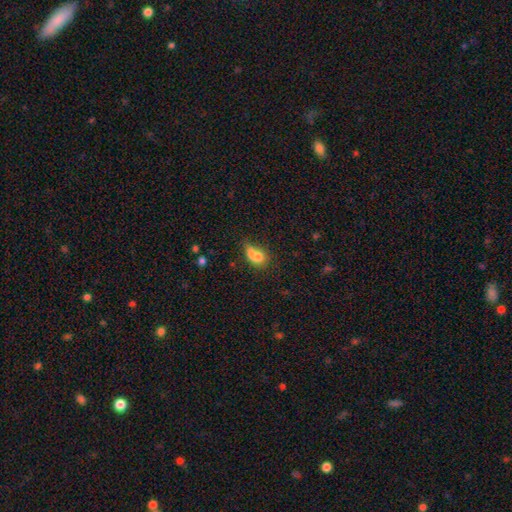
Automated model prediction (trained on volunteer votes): smooth 72%, featured or disk 17%, star or artifact 11%. Down the decision tree: how rounded — in between (61%); merging — merger (45%).